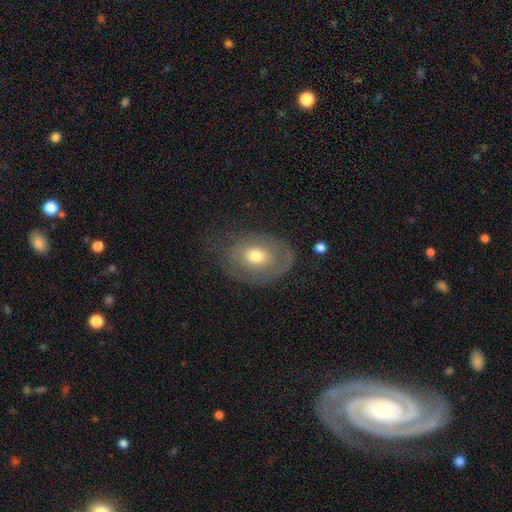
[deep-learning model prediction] Q: Smooth or featured?
A: smooth (52%); runner-up: featured or disk (40%)
Q: How rounded?
A: in between (65%); runner-up: round (34%)
Q: Merging?
A: none (56%); runner-up: minor disturbance (24%)